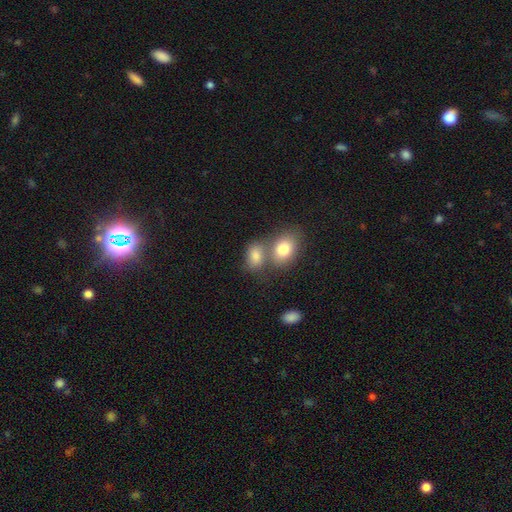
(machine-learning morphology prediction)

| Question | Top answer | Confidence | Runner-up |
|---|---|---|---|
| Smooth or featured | smooth | 80% | featured or disk (10%) |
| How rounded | in between | 75% | round (24%) |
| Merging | merger | 45% | none (39%) |